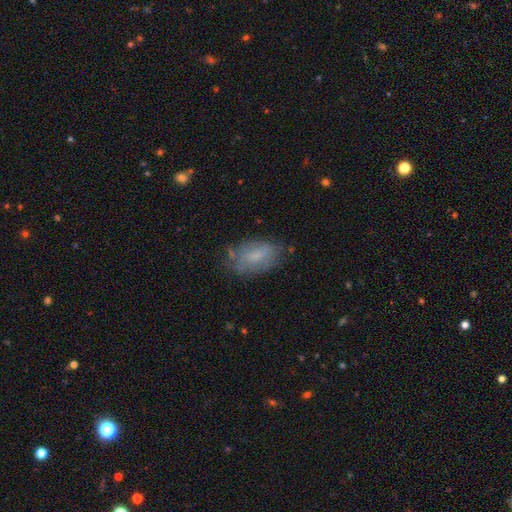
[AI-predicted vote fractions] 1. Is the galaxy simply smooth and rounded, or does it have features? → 62% smooth, 29% featured or disk, 9% star or artifact.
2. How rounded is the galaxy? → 91% in between, 5% round, 4% cigar-shaped.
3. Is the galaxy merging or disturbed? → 62% none, 26% minor disturbance, 9% major disturbance, 3% merger.